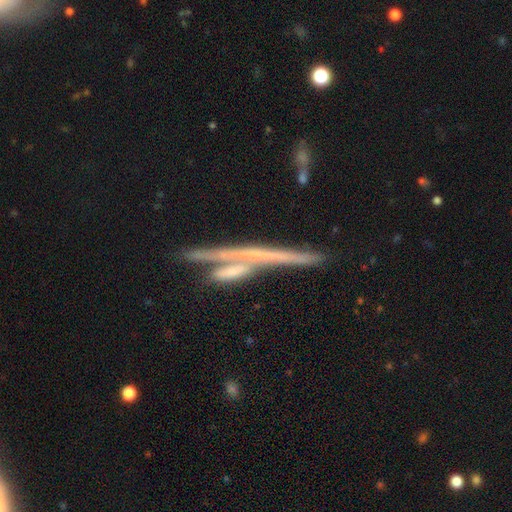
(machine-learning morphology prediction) type=featured or disk (67%); edge-on=yes (88%); edge-on bulge=none (79%); merging=none (46%).